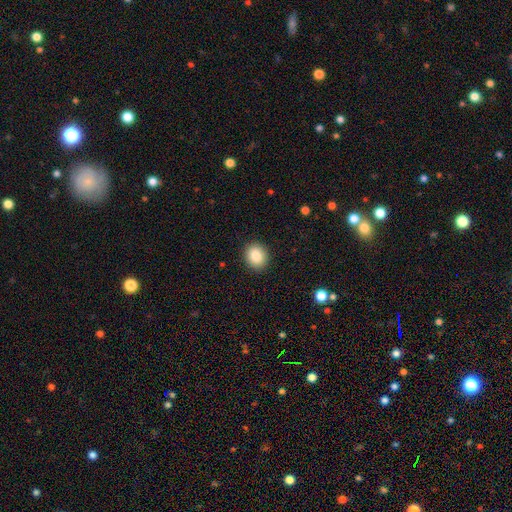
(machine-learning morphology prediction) A smooth galaxy with no disk features (86%) that is round (64%).

Vote fractions:
- Smooth or featured? smooth: 86% / star or artifact: 9% / featured or disk: 6%
- How rounded? round: 64% / in between: 36% / cigar-shaped: 1%
- Merging? none: 90% / minor disturbance: 7% / major disturbance: 2% / merger: 1%